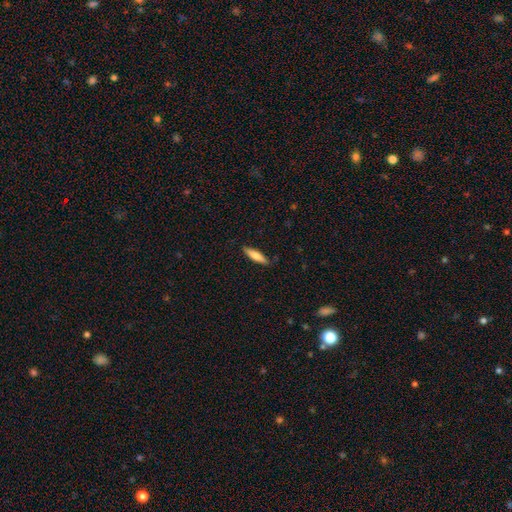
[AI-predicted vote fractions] Smooth or featured?
  - smooth: 70% *
  - featured or disk: 24%
  - star or artifact: 5%
How rounded?
  - cigar-shaped: 77% *
  - in between: 22%
  - round: 2%
Merging?
  - none: 87% *
  - minor disturbance: 10%
  - major disturbance: 2%
  - merger: 1%